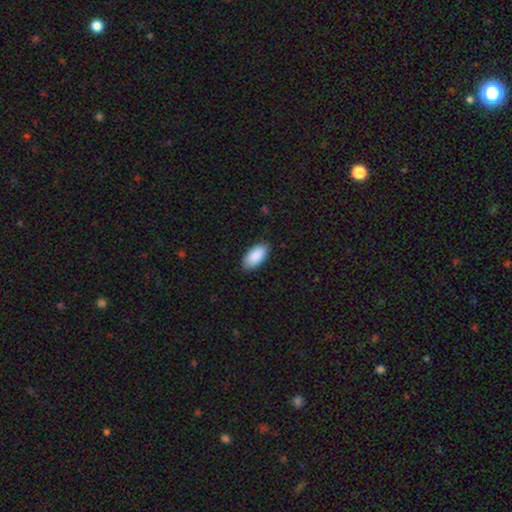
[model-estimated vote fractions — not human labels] A smooth galaxy with no disk features (90%) that is in between round and cigar-shaped (94%).

Vote fractions:
- Smooth or featured? smooth: 90% / star or artifact: 6% / featured or disk: 4%
- How rounded? in between: 94% / cigar-shaped: 4% / round: 2%
- Merging? none: 88% / minor disturbance: 9% / major disturbance: 2% / merger: 1%